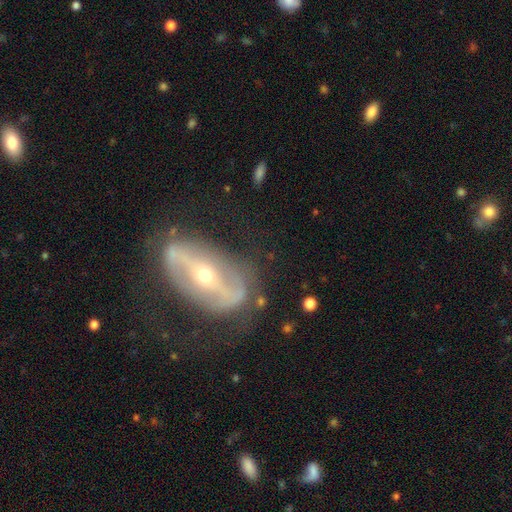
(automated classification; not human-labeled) Overall: featured or disk (83%). Edge-on disk: no (88%). Bar: strong (67%). Spiral arms: yes (63%; no 37%). Bulge size: small (53%; moderate 44%). Merging: none (70%).